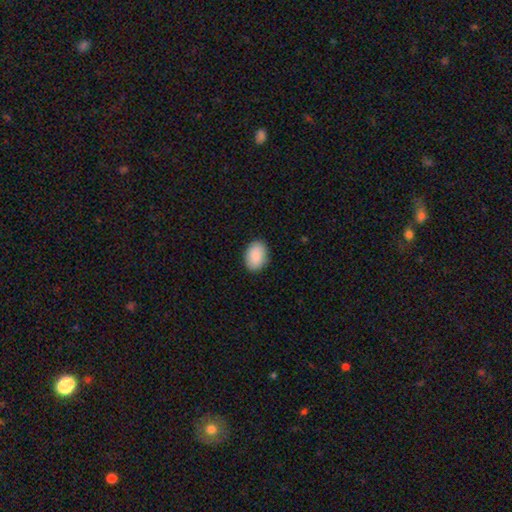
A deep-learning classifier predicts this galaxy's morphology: This appears to be a smooth galaxy with no disk features (90%) that is in between round and cigar-shaped (84%). Merging: none (88%).